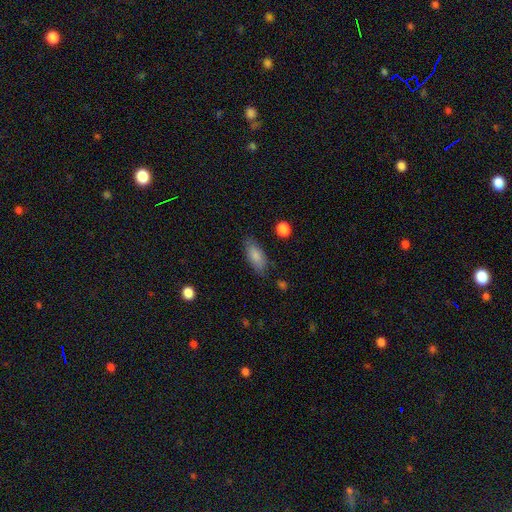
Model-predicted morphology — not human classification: smooth-or-featured: smooth: 84% | featured or disk: 9% | star or artifact: 7%
  how-rounded: in between: 82% | cigar-shaped: 15% | round: 2%
  merging: none: 79% | minor disturbance: 15% | major disturbance: 4% | merger: 2%